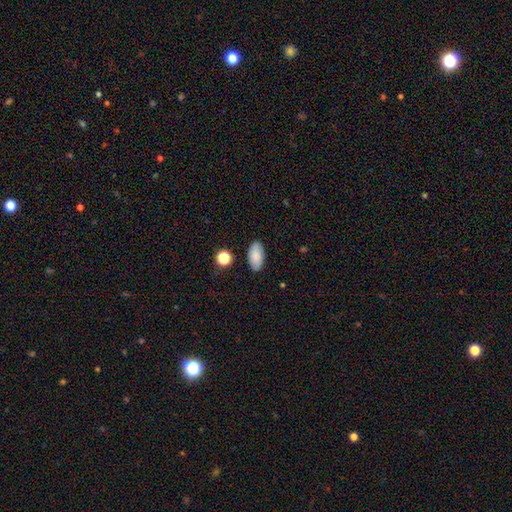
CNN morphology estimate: smooth-or-featured: smooth: 82% | featured or disk: 10% | star or artifact: 8%
  how-rounded: in between: 93% | cigar-shaped: 3% | round: 3%
  merging: none: 84% | minor disturbance: 11% | major disturbance: 3% | merger: 2%